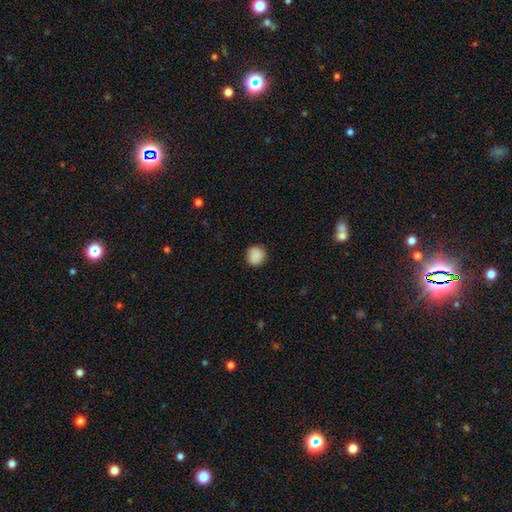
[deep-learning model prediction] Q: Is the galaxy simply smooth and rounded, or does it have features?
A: smooth — 89%.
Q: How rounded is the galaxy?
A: round — 91%.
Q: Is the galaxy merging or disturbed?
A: none — 89%.